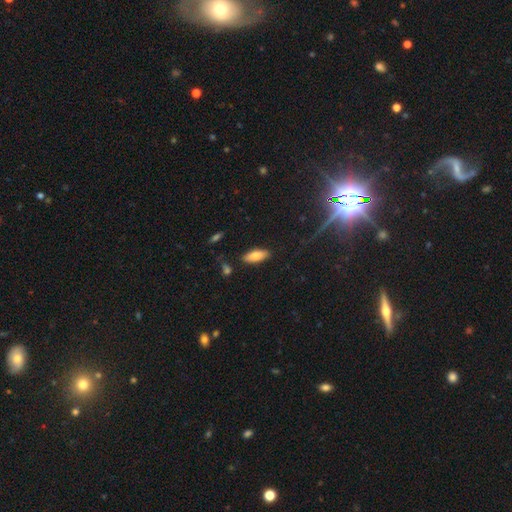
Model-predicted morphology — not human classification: smooth_or_featured: smooth (p=0.78) [alt: featured or disk p=0.14]
how_rounded: in between (p=0.77) [alt: cigar-shaped p=0.21]
merging: none (p=0.86) [alt: minor disturbance p=0.10]